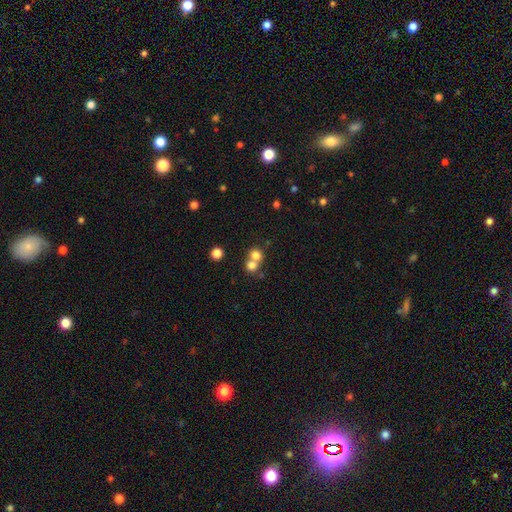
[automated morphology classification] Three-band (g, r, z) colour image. It shows a smooth galaxy with no disk features (75%) that is round (81%). Merging: merger (57%).